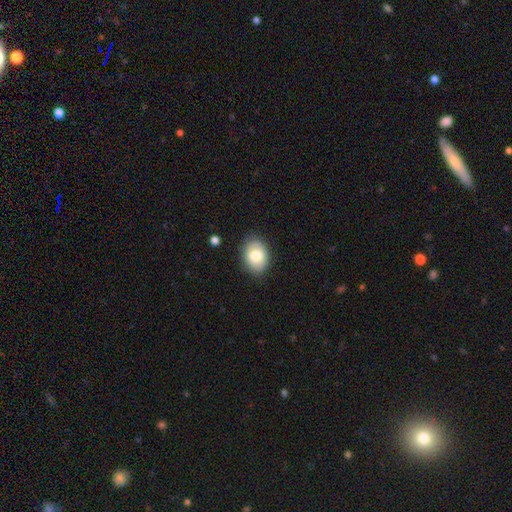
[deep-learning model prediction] A smooth galaxy with no disk features (75%) that is in between round and cigar-shaped (69%). Merging: none (82%).